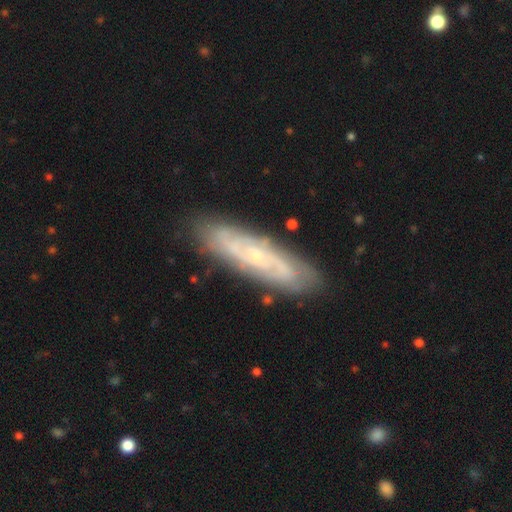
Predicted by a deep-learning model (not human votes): smooth_or_featured: featured or disk (p=0.72) [alt: smooth p=0.22]
disk_edge_on: no (p=0.74) [alt: yes p=0.26]
bar: no (p=0.67) [alt: weak p=0.26]
has_spiral_arms: yes (p=0.83) [alt: no p=0.17]
bulge_size: small (p=0.79) [alt: moderate p=0.16]
merging: none (p=0.83) [alt: minor disturbance p=0.13]